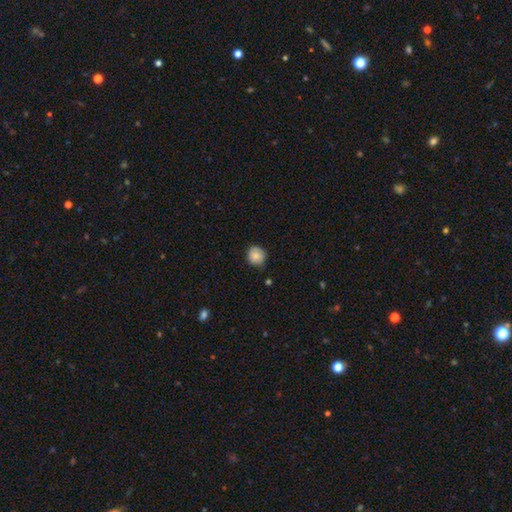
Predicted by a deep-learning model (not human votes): The model was most divided on "merging": none: 76%, minor disturbance: 19%, major disturbance: 3%, merger: 2%. More confident: how rounded — round (85%); smooth or featured — smooth (82%).